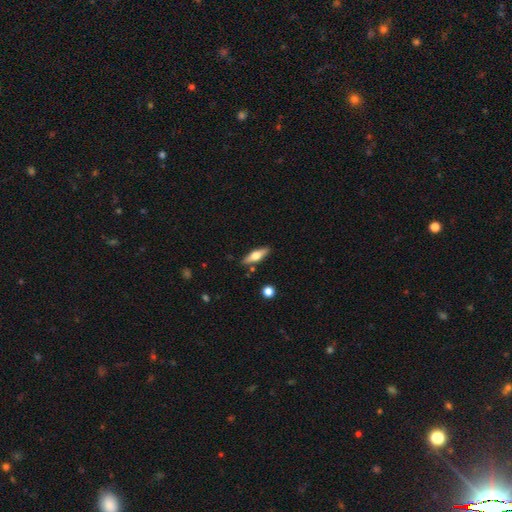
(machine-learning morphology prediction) A featured or disk galaxy (47%).

Vote fractions:
- Smooth or featured? featured or disk: 47% / smooth: 46% / star or artifact: 6%
- Merging? none: 86% / minor disturbance: 9% / merger: 3% / major disturbance: 2%